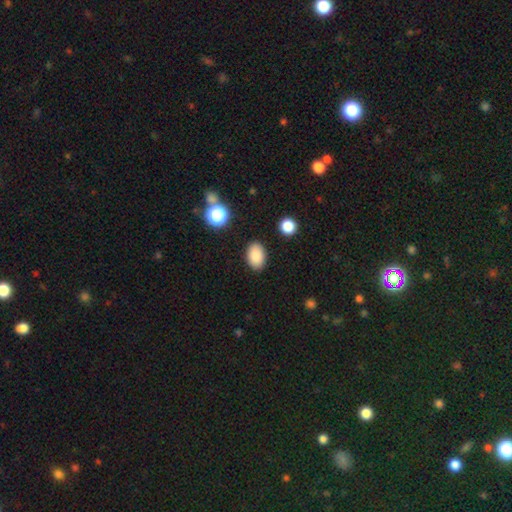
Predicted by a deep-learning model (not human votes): smooth-or-featured: smooth: 86% | star or artifact: 9% | featured or disk: 5%
  how-rounded: in between: 87% | round: 11% | cigar-shaped: 1%
  merging: none: 86% | minor disturbance: 10% | major disturbance: 2% | merger: 2%